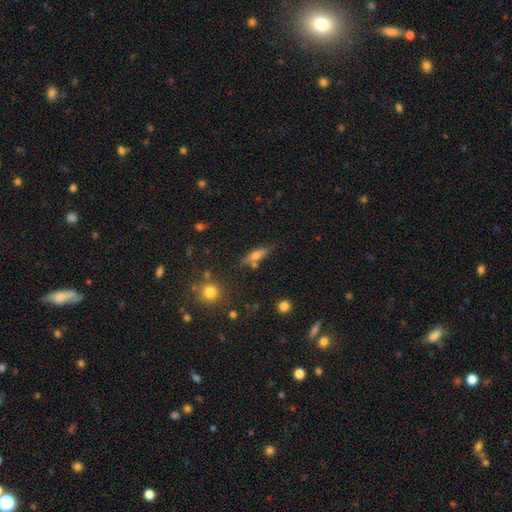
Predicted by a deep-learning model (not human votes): Overall: smooth (60%; featured or disk 31%). How rounded: cigar-shaped (51%; in between 44%). Merging: none (68%).